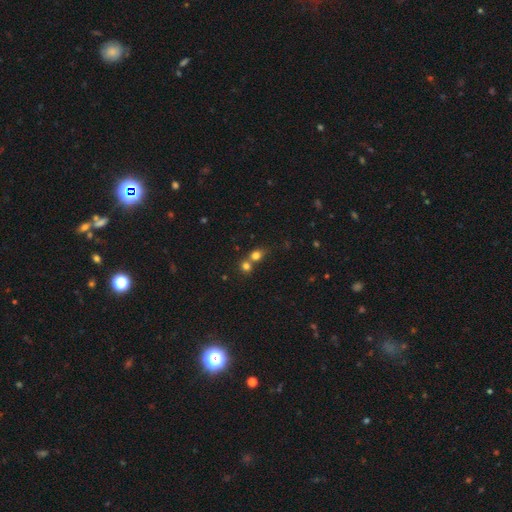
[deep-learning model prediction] The model was most divided on "merging": merger: 51%, none: 39%, minor disturbance: 7%, major disturbance: 3%. More confident: smooth or featured — smooth (77%); how rounded — round (67%).